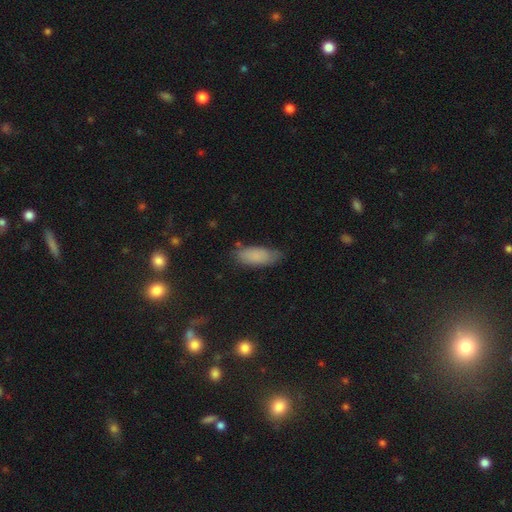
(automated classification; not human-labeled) smooth-or-featured: smooth: 85% | star or artifact: 8% | featured or disk: 7%
  how-rounded: in between: 78% | cigar-shaped: 21% | round: 2%
  merging: none: 70% | minor disturbance: 23% | major disturbance: 5% | merger: 2%